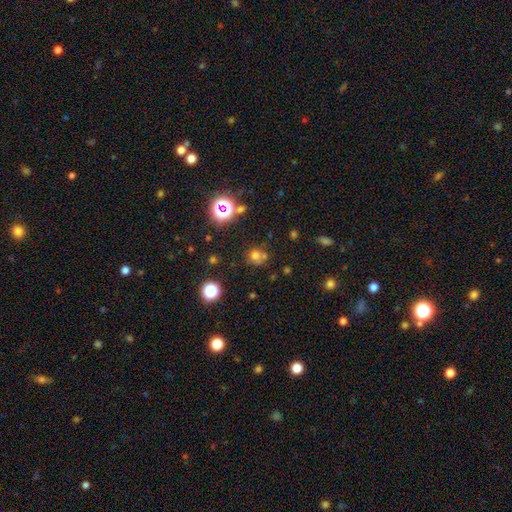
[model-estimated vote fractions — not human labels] This is likely a smooth galaxy (65%). How rounded: clearly round (85%). Merging: likely none (63%).